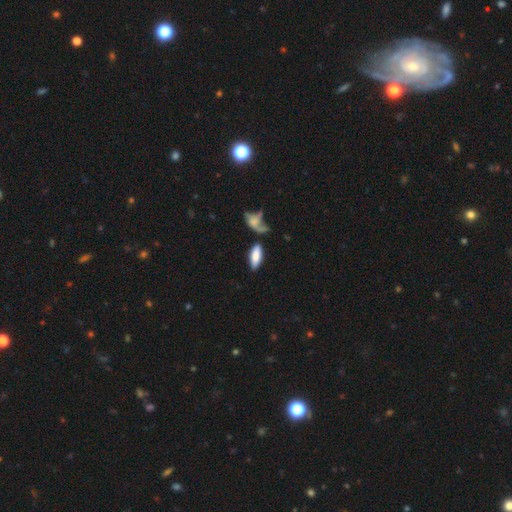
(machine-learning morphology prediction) Smooth or featured: smooth — 78% (featured or disk — 16%)
How rounded: in between — 69% (cigar-shaped — 29%)
Merging: none — 60% (minor disturbance — 18%)